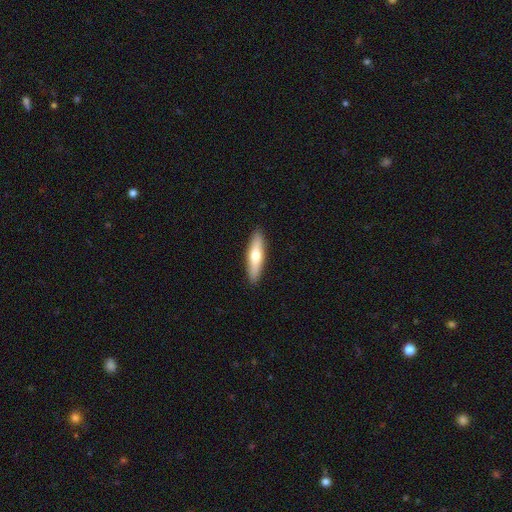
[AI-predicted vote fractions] Overall: smooth (63%; featured or disk 32%). How rounded: cigar-shaped (74%). Merging: none (91%).